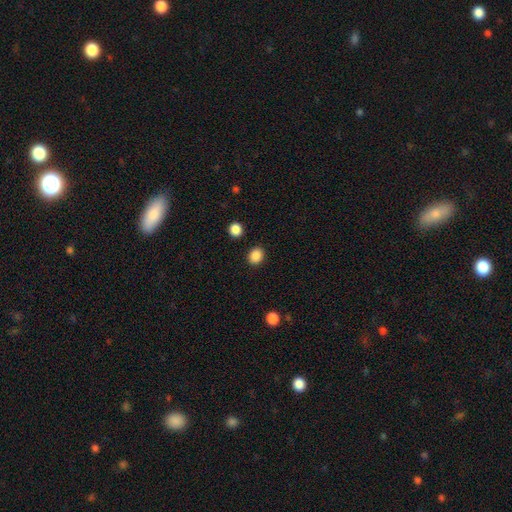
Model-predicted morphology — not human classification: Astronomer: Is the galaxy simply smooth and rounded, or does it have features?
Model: smooth — 88%.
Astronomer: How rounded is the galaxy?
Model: round — 57% (runner-up: in between, 42%).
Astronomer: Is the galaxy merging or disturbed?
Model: none — 89%.